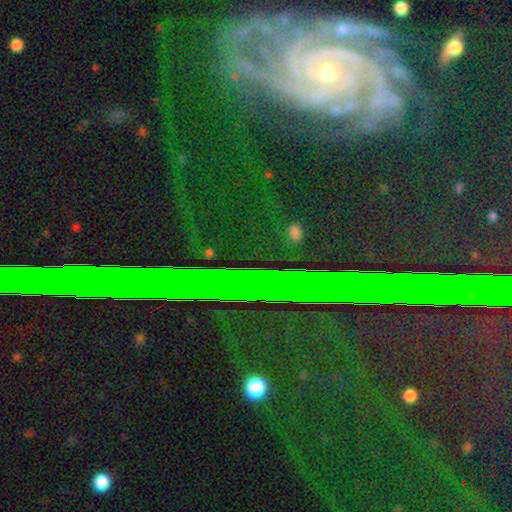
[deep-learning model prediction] Q: Smooth or featured?
A: star or artifact (68%); runner-up: featured or disk (20%)